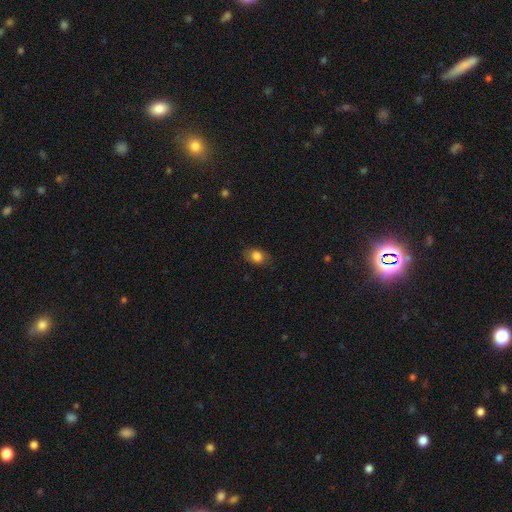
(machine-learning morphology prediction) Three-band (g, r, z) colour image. It shows a smooth galaxy with no disk features (81%) that is in between round and cigar-shaped (78%). Merging: none (80%).